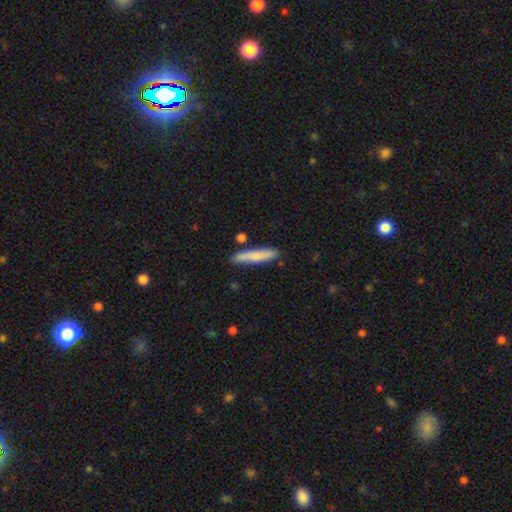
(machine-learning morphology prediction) Smooth or featured? Predicted: smooth (p=0.76). How rounded? Predicted: cigar-shaped (p=0.89). Merging? Predicted: none (p=0.79).